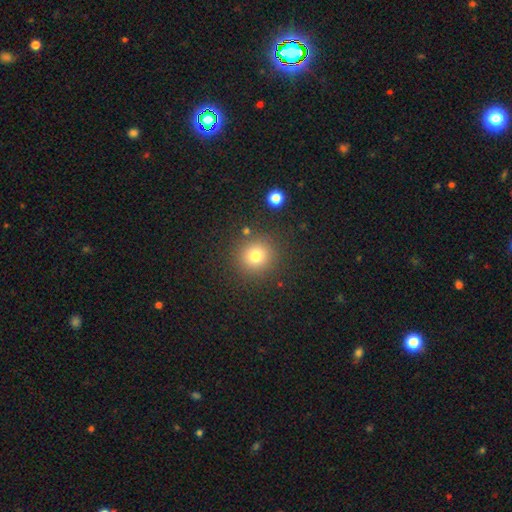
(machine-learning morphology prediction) Smooth or featured?
  - smooth: 77% *
  - star or artifact: 14%
  - featured or disk: 8%
How rounded?
  - round: 93% *
  - in between: 7%
  - cigar-shaped: 1%
Merging?
  - none: 87% *
  - minor disturbance: 7%
  - major disturbance: 3%
  - merger: 3%